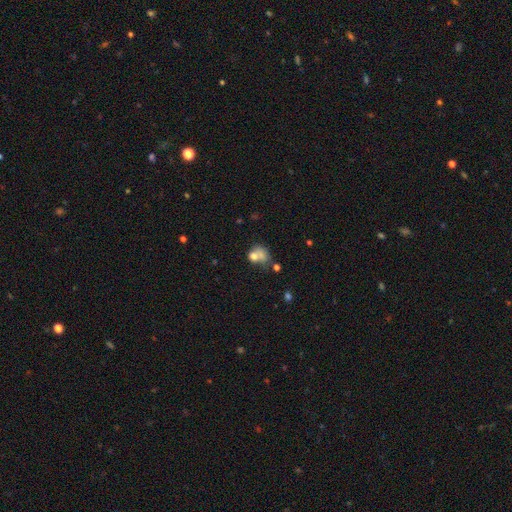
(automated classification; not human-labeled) The model was most divided on "how rounded": in between: 50%, round: 48%, cigar-shaped: 1%. Remaining: smooth or featured — smooth (67%); merging — merger (37%).